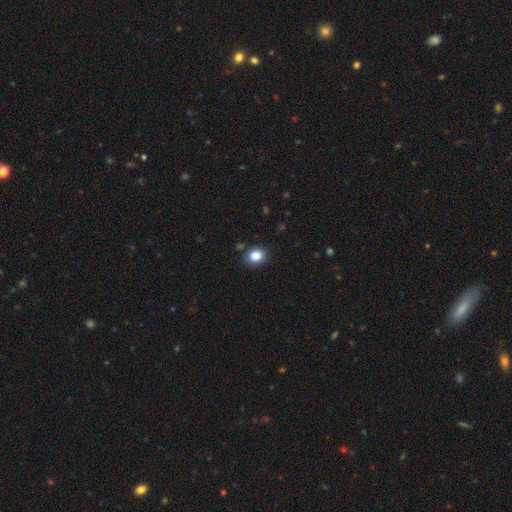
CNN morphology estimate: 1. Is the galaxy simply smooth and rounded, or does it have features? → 86% smooth, 10% star or artifact, 5% featured or disk.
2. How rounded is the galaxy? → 57% round, 42% in between, 1% cigar-shaped.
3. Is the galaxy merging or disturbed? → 86% none, 9% minor disturbance, 2% major disturbance, 2% merger.